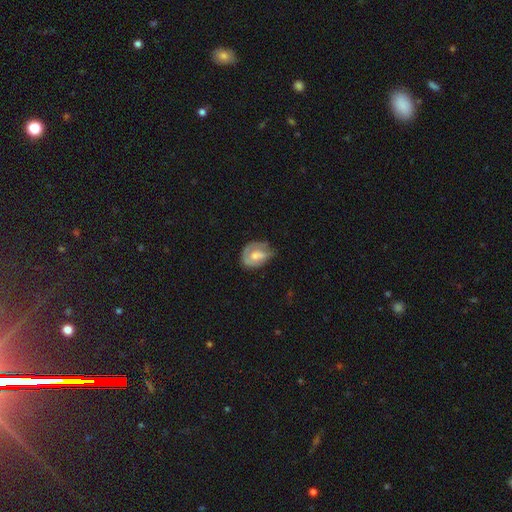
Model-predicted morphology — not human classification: This is possibly a featured or disk galaxy (50%). It is clearly not viewed edge-on (96%). Merging: marginally none (42%).